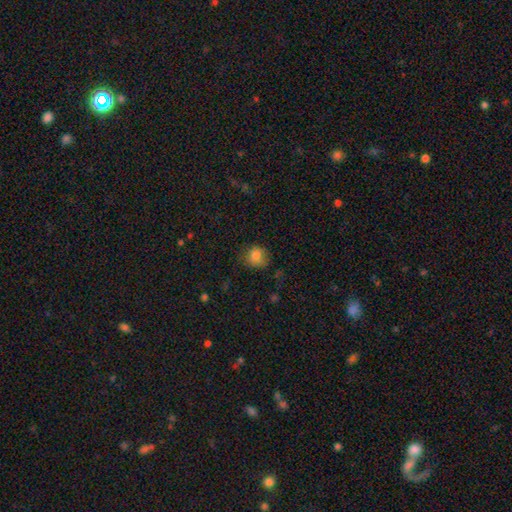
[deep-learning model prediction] Smooth or featured? Predicted: smooth (p=0.82). How rounded? Predicted: round (p=0.81). Merging? Predicted: none (p=0.72).